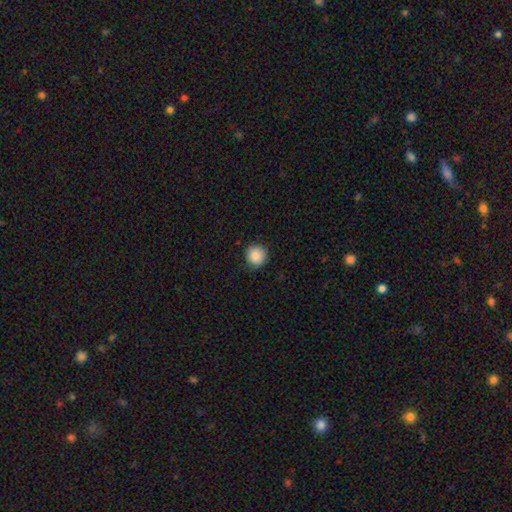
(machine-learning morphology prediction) This is clearly a smooth galaxy (89%). How rounded: clearly round (92%). Merging: clearly none (87%).